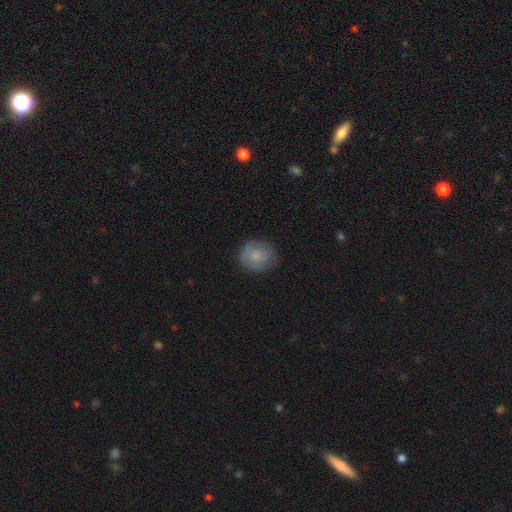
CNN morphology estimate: A smooth galaxy with no disk features (75%) that is round (83%).

Vote fractions:
- Smooth or featured? smooth: 75% / featured or disk: 18% / star or artifact: 7%
- How rounded? round: 83% / in between: 16% / cigar-shaped: 1%
- Merging? none: 78% / minor disturbance: 17% / major disturbance: 4% / merger: 1%